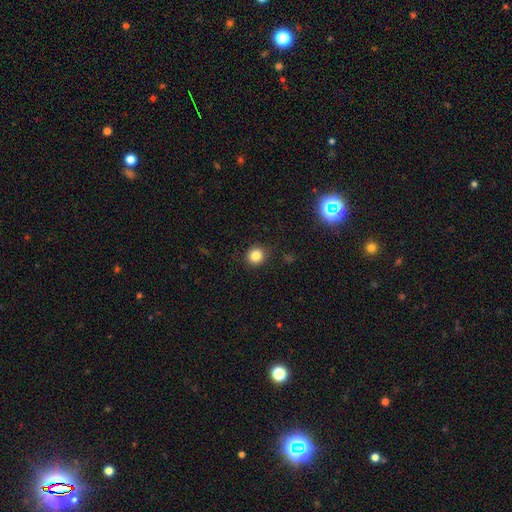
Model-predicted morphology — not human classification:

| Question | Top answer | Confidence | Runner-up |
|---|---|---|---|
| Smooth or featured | smooth | 83% | star or artifact (12%) |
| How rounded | round | 89% | in between (10%) |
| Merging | none | 89% | minor disturbance (8%) |